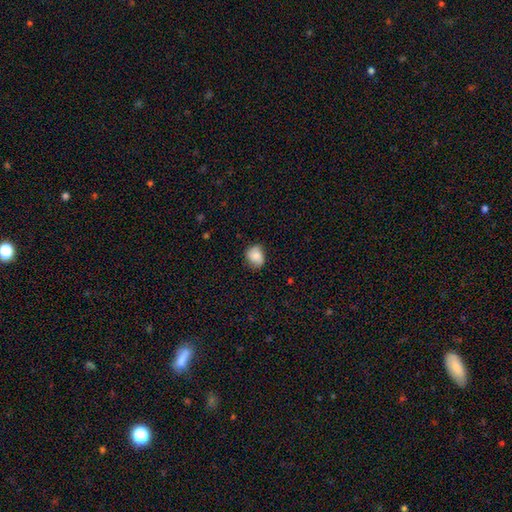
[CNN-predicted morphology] This is clearly a smooth galaxy (82%). How rounded: possibly round (53%). Merging: likely none (73%).